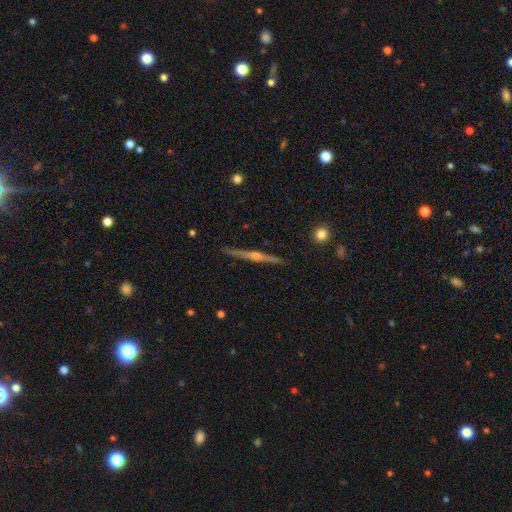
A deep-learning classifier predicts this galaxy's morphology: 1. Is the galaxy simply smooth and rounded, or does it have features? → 81% featured or disk, 14% smooth, 6% star or artifact.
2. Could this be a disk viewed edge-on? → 98% yes, 2% no.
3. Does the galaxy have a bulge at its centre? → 80% rounded, 12% none, 8% boxy.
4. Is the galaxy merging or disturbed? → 91% none, 7% minor disturbance, 1% major disturbance, 1% merger.